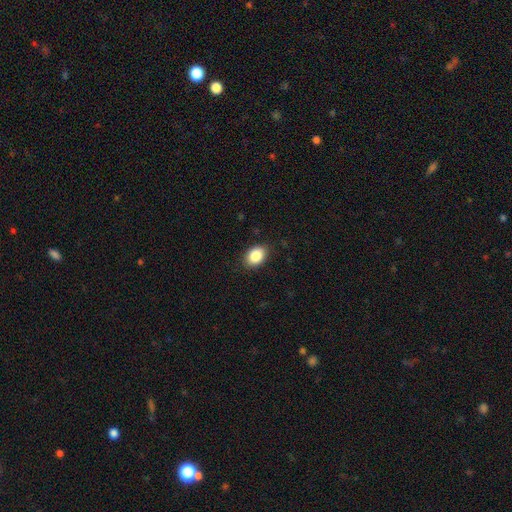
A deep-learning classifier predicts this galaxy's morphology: Smooth or featured? Predicted: smooth (p=0.87). How rounded? Predicted: in between (p=0.76). Merging? Predicted: none (p=0.87).